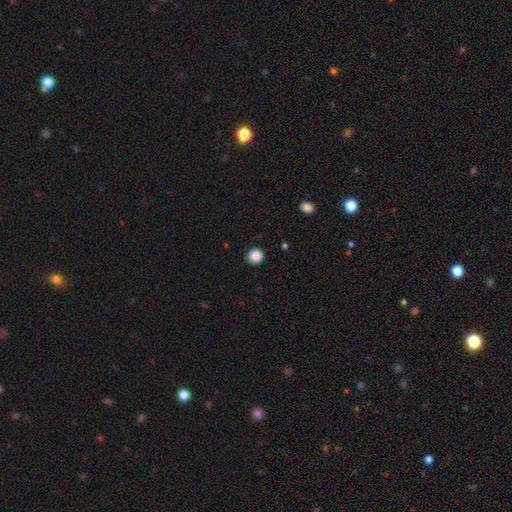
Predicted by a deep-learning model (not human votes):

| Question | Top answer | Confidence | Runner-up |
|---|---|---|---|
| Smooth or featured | smooth | 87% | star or artifact (10%) |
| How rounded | round | 95% | in between (4%) |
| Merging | none | 92% | minor disturbance (5%) |